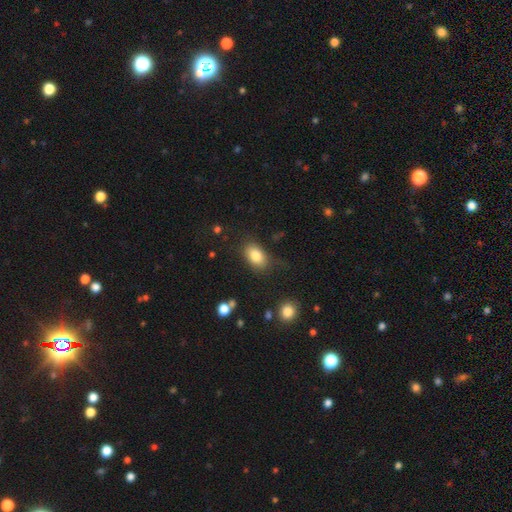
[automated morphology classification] A smooth galaxy with no disk features (83%) that is in between round and cigar-shaped (85%).

Vote fractions:
- Smooth or featured? smooth: 83% / featured or disk: 9% / star or artifact: 9%
- How rounded? in between: 85% / round: 13% / cigar-shaped: 2%
- Merging? none: 76% / minor disturbance: 16% / major disturbance: 6% / merger: 2%